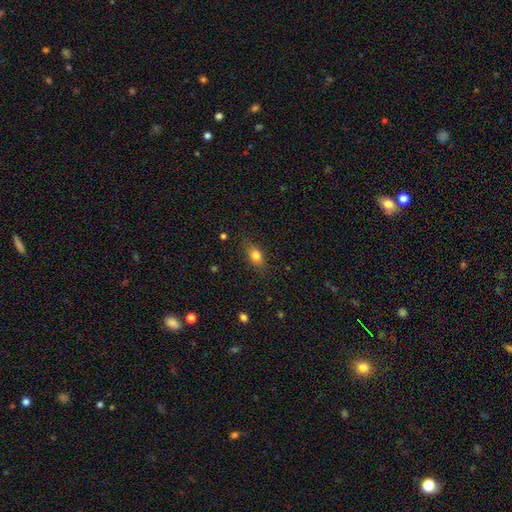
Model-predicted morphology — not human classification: Overall: smooth (79%). How rounded: in between (74%). Merging: none (79%).